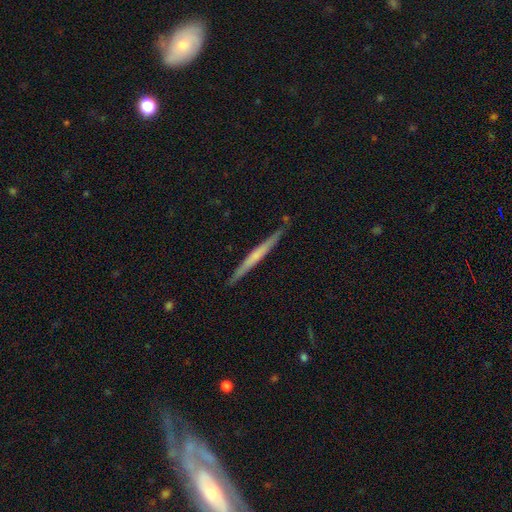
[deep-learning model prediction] Smooth or featured? featured or disk (55%)
Edge-on disk? yes (97%)
Edge-on bulge? none (68%)
Merging? none (89%)